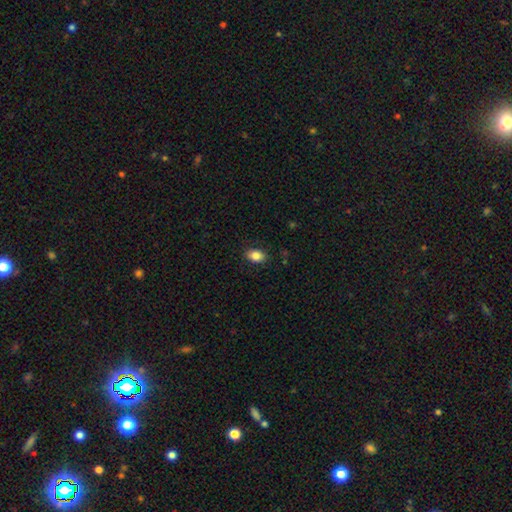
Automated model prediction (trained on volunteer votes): The model was most divided on "how rounded": in between: 79%, round: 20%, cigar-shaped: 1%. More confident: merging — none (86%); smooth or featured — smooth (84%).